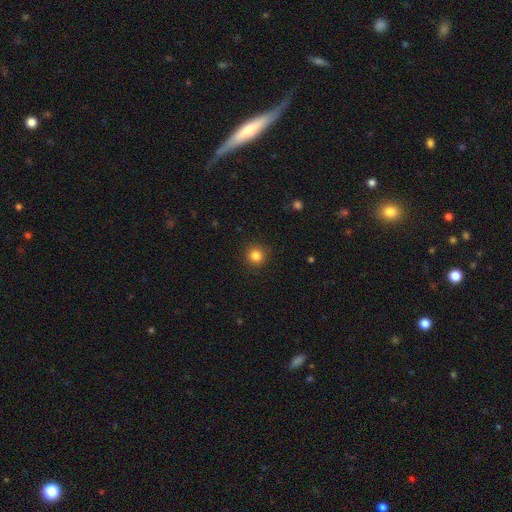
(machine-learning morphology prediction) Smooth or featured? Predicted: smooth (p=0.84). How rounded? Predicted: round (p=0.94). Merging? Predicted: none (p=0.91).